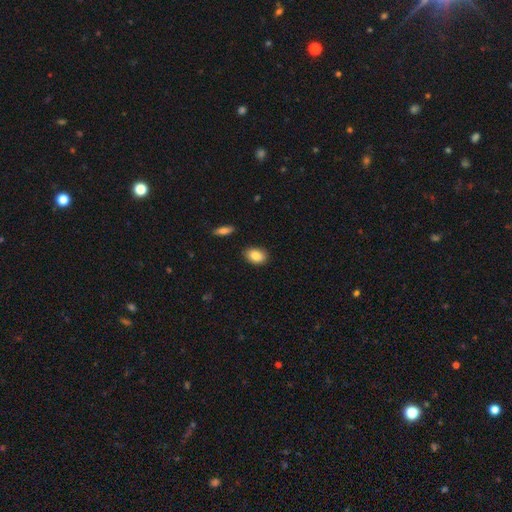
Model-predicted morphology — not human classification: smooth_or_featured: smooth (p=0.86) [alt: star or artifact p=0.07]
how_rounded: in between (p=0.83) [alt: round p=0.15]
merging: none (p=0.88) [alt: minor disturbance p=0.09]